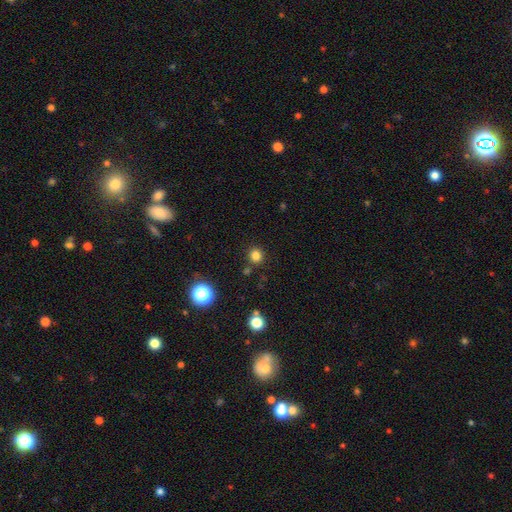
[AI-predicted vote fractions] The model was most divided on "smooth or featured": smooth: 80%, star or artifact: 15%, featured or disk: 5%. More confident: how rounded — round (88%); merging — none (85%).